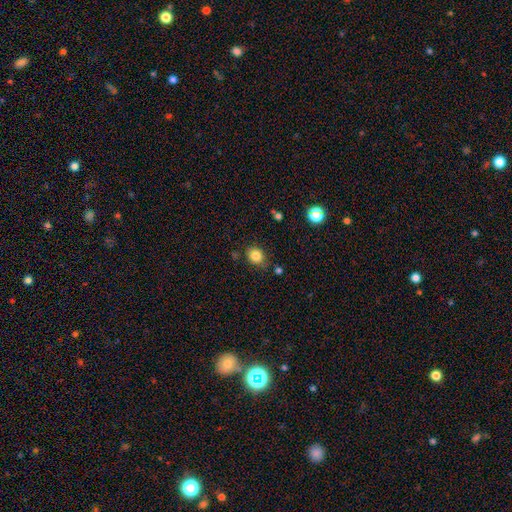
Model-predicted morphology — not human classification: Smooth or featured: smooth — 83% (star or artifact — 11%)
How rounded: round — 59% (in between — 40%)
Merging: none — 76% (minor disturbance — 16%)